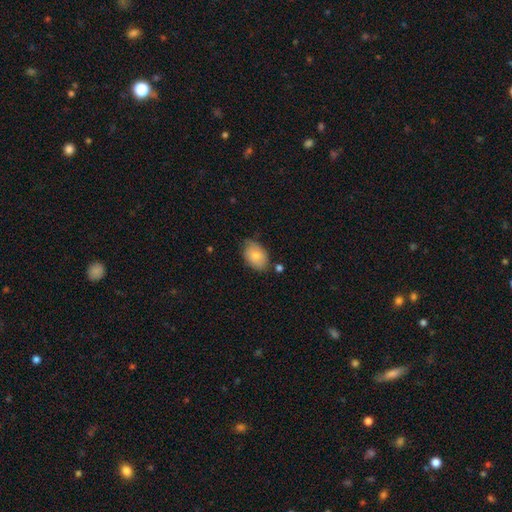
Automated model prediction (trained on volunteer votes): Smooth or featured: smooth — 78% (featured or disk — 15%)
How rounded: in between — 86% (round — 13%)
Merging: none — 66% (minor disturbance — 26%)